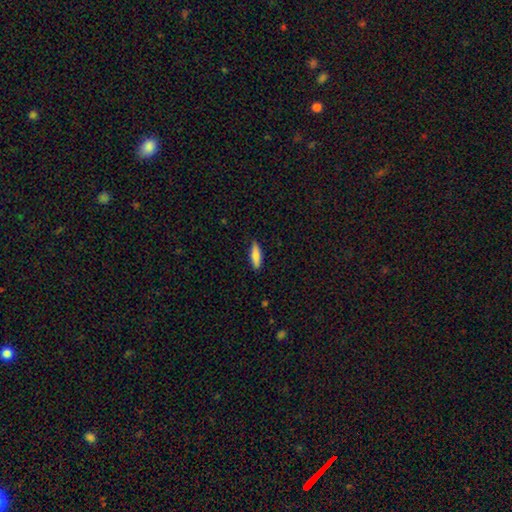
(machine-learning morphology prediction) A smooth galaxy with no disk features (80%) that is cigar-shaped (57%). Merging: none (86%).